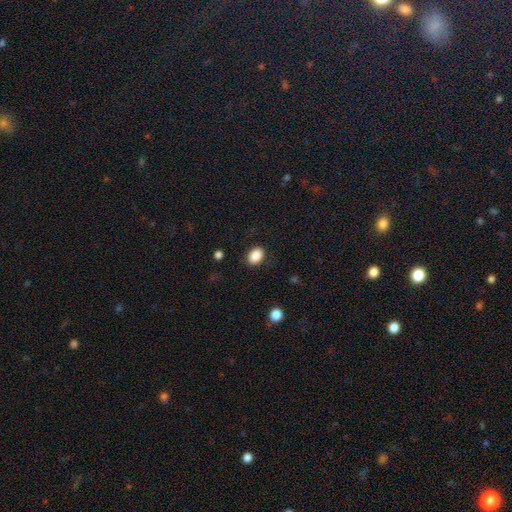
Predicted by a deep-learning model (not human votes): A smooth galaxy with no disk features (89%) that is in between round and cigar-shaped (75%).

Vote fractions:
- Smooth or featured? smooth: 89% / star or artifact: 8% / featured or disk: 3%
- How rounded? in between: 75% / round: 24% / cigar-shaped: 1%
- Merging? none: 86% / minor disturbance: 10% / major disturbance: 3% / merger: 1%